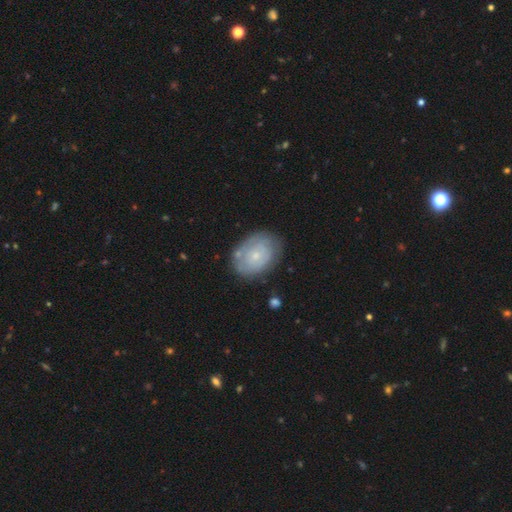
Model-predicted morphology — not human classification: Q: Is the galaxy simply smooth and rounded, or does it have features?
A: featured or disk — 51%.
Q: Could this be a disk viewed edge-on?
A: no — 96%.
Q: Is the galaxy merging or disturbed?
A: none — 72%.